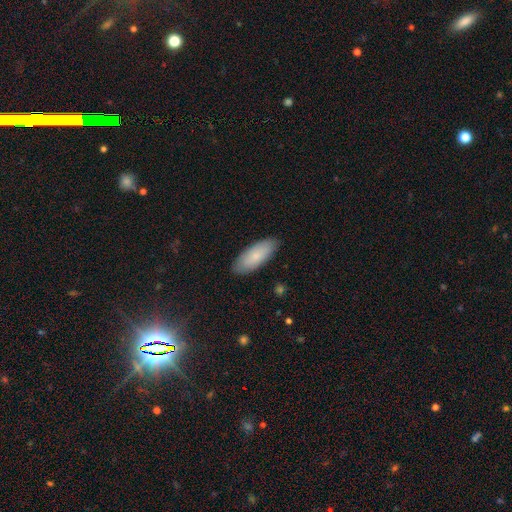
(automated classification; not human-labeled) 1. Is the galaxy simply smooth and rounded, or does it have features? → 82% smooth, 12% featured or disk, 6% star or artifact.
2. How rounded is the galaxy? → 77% in between, 21% cigar-shaped, 2% round.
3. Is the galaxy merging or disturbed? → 87% none, 10% minor disturbance, 2% major disturbance, 1% merger.